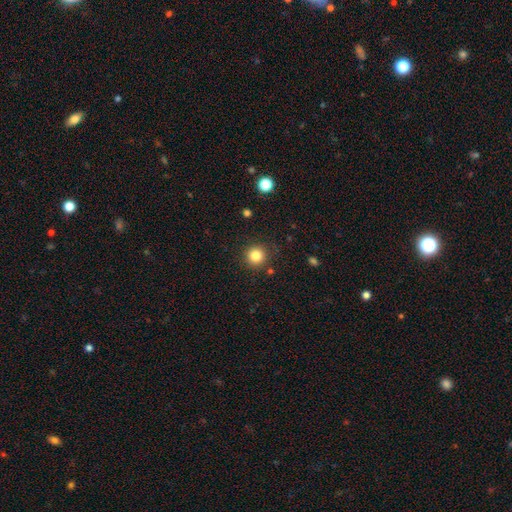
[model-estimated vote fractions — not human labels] The model was most divided on "smooth or featured": smooth: 83%, star or artifact: 12%, featured or disk: 5%. More confident: how rounded — round (94%); merging — none (88%).